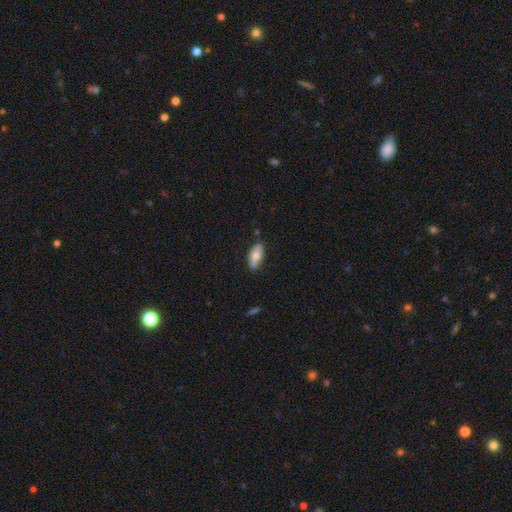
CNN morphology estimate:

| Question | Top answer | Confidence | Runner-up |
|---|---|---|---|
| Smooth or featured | smooth | 71% | featured or disk (22%) |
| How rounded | in between | 83% | cigar-shaped (14%) |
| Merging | none | 83% | minor disturbance (13%) |